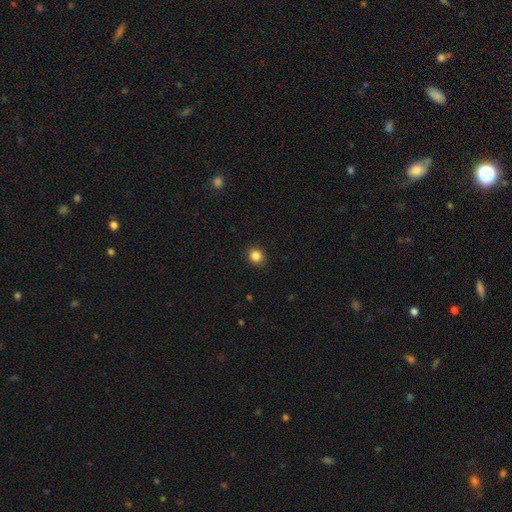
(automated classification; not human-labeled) Q: Smooth or featured?
A: smooth (85%); runner-up: star or artifact (11%)
Q: How rounded?
A: round (82%); runner-up: in between (17%)
Q: Merging?
A: none (90%); runner-up: minor disturbance (7%)